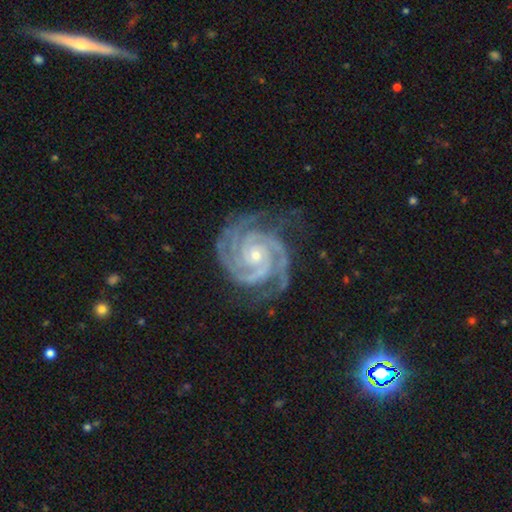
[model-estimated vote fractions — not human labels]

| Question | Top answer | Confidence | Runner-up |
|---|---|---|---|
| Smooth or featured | featured or disk | 94% | star or artifact (4%) |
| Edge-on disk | no | 98% | yes (2%) |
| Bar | no | 72% | weak (19%) |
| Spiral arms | yes | 99% | no (1%) |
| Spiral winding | tight | 80% | medium (19%) |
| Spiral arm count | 3 | 42% | 2 (21%) |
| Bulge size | small | 68% | moderate (29%) |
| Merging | none | 75% | minor disturbance (18%) |